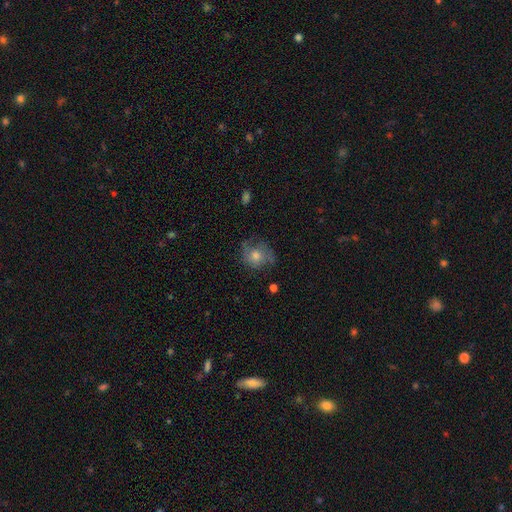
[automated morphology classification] Overall: featured or disk (46%; smooth 40%). Merging: none (66%).